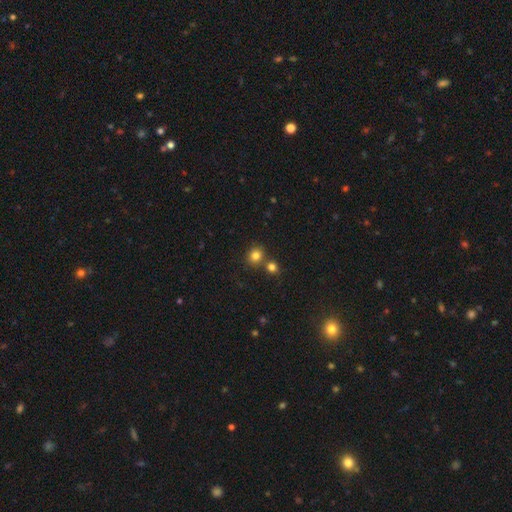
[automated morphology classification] A smooth galaxy with no disk features (82%) that is round (81%).

Vote fractions:
- Smooth or featured? smooth: 82% / star or artifact: 13% / featured or disk: 5%
- How rounded? round: 81% / in between: 18% / cigar-shaped: 1%
- Merging? none: 67% / merger: 22% / minor disturbance: 8% / major disturbance: 3%